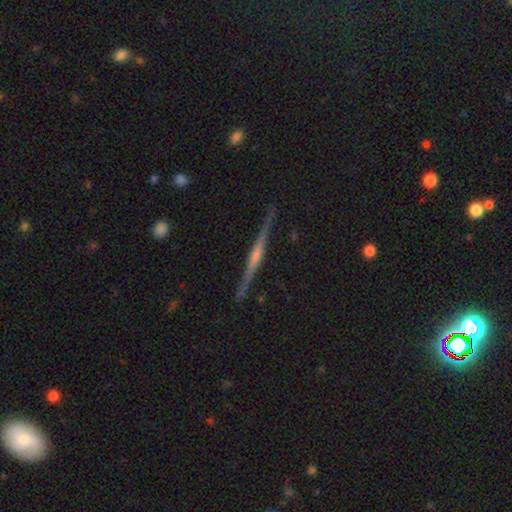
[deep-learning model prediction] A featured or disk galaxy (84%) viewed edge-on (98%) with a rounded central bulge (74%). Merging: none (91%).